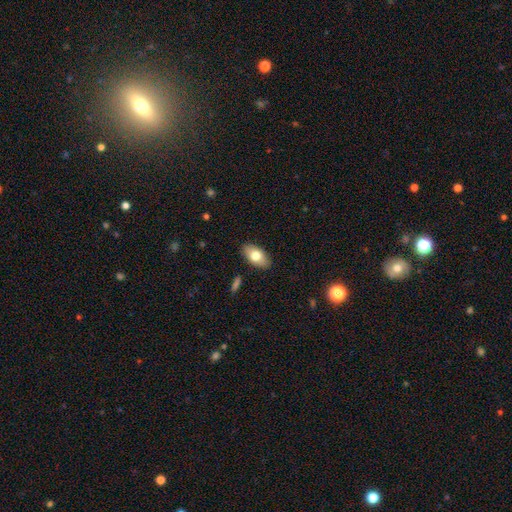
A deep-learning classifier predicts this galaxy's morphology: This appears to be a smooth galaxy with no disk features (74%) that is in between round and cigar-shaped (93%). Merging: none (87%).